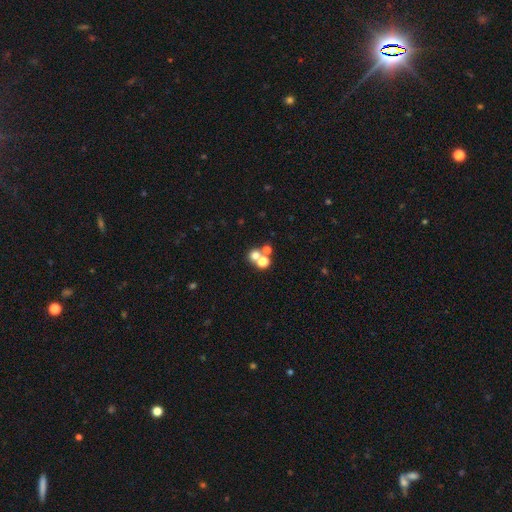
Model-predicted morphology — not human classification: This is likely a smooth galaxy (64%). How rounded: clearly round (83%). Merging: possibly none (48%).